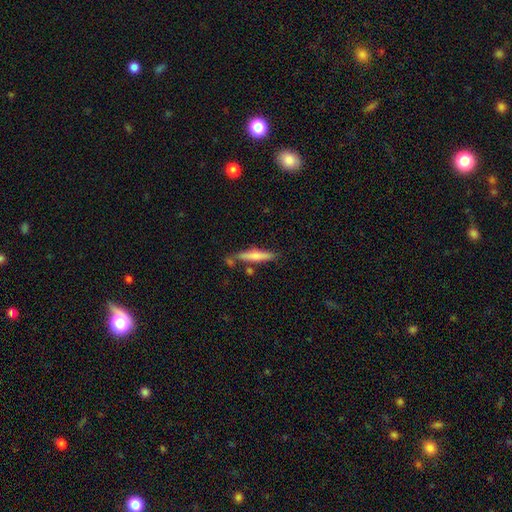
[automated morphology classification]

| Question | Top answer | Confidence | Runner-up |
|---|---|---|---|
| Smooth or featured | smooth | 62% | featured or disk (32%) |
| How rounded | cigar-shaped | 89% | in between (9%) |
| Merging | none | 71% | minor disturbance (16%) |